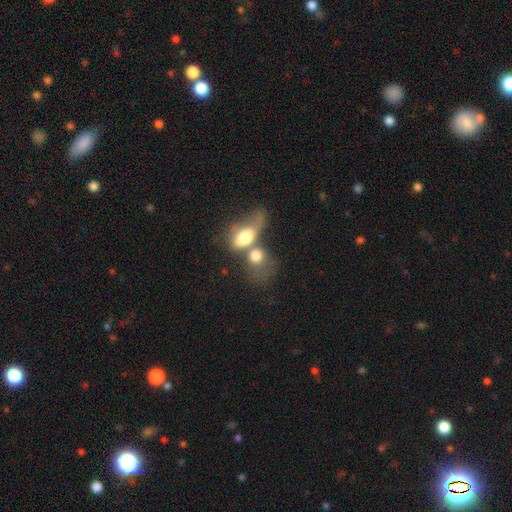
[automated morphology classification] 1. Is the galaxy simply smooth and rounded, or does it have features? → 68% smooth, 23% featured or disk, 9% star or artifact.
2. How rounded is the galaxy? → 63% in between, 33% round, 4% cigar-shaped.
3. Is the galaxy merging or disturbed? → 70% merger, 13% major disturbance, 11% none, 6% minor disturbance.